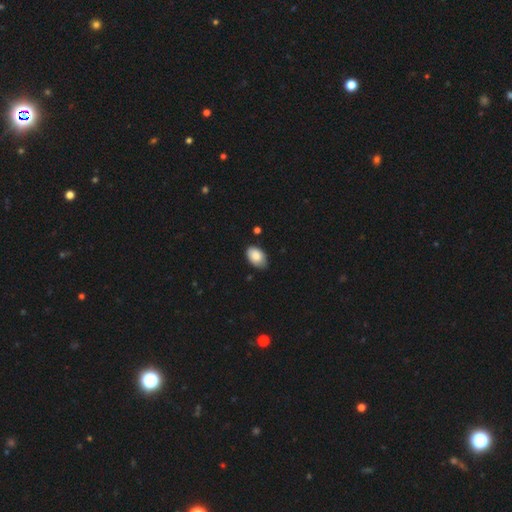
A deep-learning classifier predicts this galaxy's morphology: The model was most divided on "merging": none: 75%, minor disturbance: 21%, major disturbance: 3%, merger: 2%. More confident: how rounded — in between (91%); smooth or featured — smooth (84%).